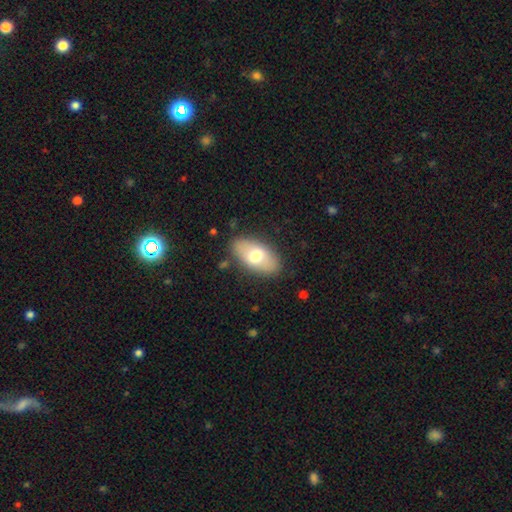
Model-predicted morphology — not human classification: A smooth galaxy with no disk features (68%) that is in between round and cigar-shaped (92%).

Vote fractions:
- Smooth or featured? smooth: 68% / featured or disk: 25% / star or artifact: 6%
- How rounded? in between: 92% / round: 4% / cigar-shaped: 3%
- Merging? none: 84% / minor disturbance: 11% / major disturbance: 3% / merger: 1%